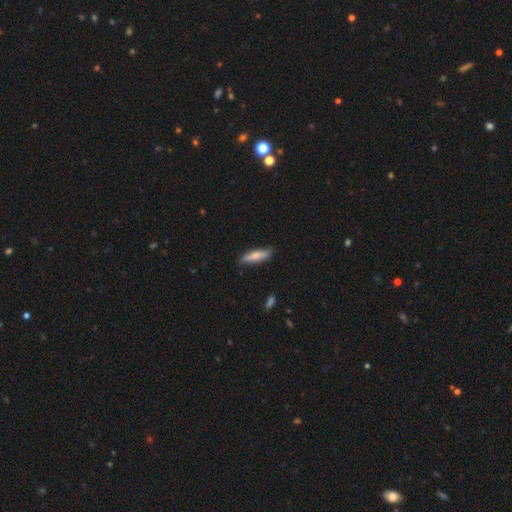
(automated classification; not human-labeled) smooth_or_featured: smooth (p=0.69) [alt: featured or disk p=0.25]
how_rounded: cigar-shaped (p=0.75) [alt: in between p=0.23]
merging: none (p=0.83) [alt: minor disturbance p=0.13]